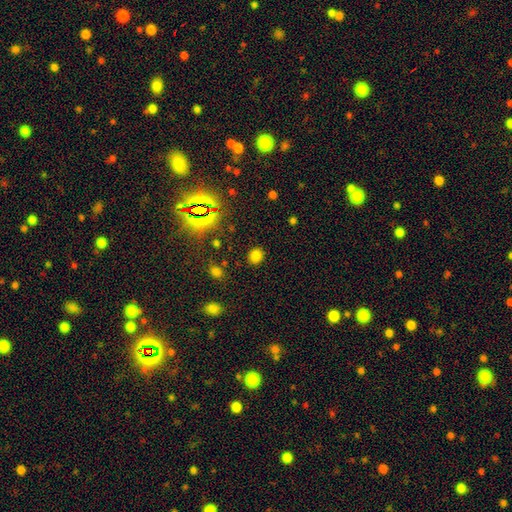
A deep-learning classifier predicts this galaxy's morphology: Smooth or featured: smooth — 76% (star or artifact — 19%)
How rounded: round — 76% (in between — 23%)
Merging: none — 88% (minor disturbance — 7%)